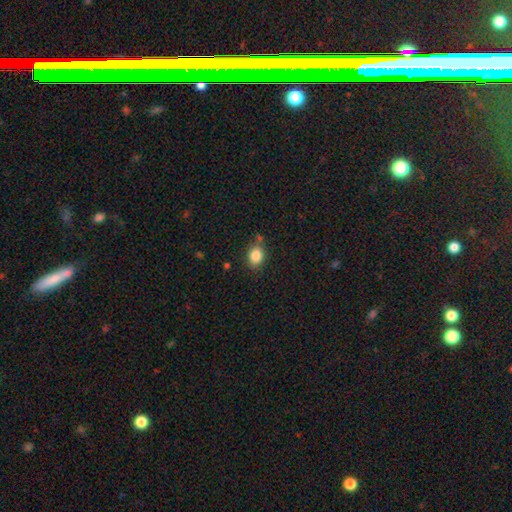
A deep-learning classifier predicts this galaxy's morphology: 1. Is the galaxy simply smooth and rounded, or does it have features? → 85% smooth, 9% star or artifact, 5% featured or disk.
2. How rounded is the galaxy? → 57% in between, 42% round, 1% cigar-shaped.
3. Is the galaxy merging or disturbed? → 75% none, 15% minor disturbance, 6% merger, 4% major disturbance.